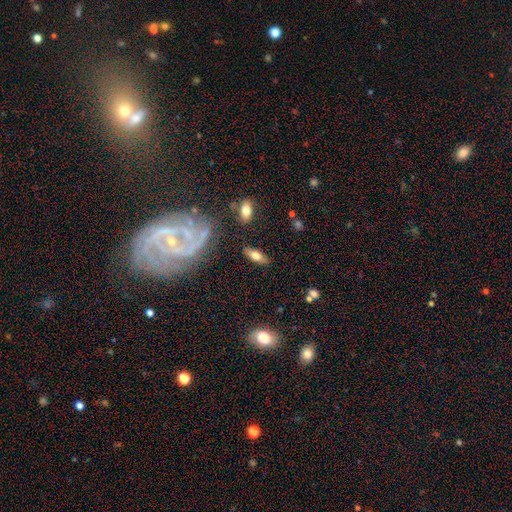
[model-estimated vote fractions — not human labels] Smooth or featured? smooth (61%)
How rounded? in between (65%)
Merging? none (82%)